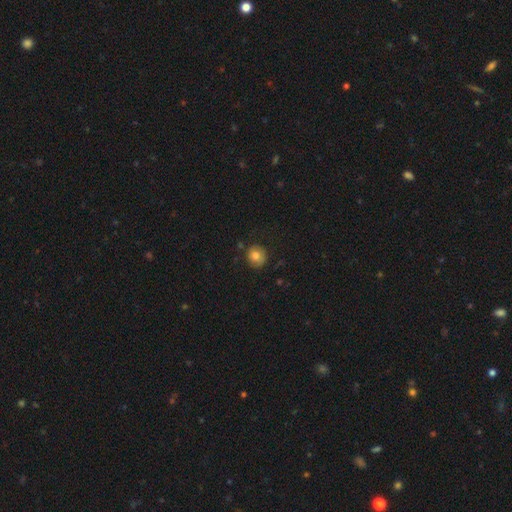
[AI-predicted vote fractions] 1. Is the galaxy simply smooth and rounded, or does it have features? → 80% smooth, 11% featured or disk, 9% star or artifact.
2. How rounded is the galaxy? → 84% round, 15% in between, 1% cigar-shaped.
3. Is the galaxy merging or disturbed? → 77% none, 16% minor disturbance, 4% major disturbance, 2% merger.